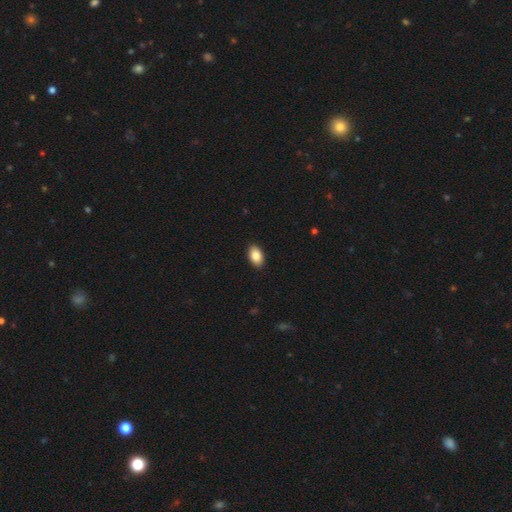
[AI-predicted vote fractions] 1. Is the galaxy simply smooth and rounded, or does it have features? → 87% smooth, 7% star or artifact, 5% featured or disk.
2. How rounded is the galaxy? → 92% in between, 7% round, 1% cigar-shaped.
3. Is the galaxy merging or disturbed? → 90% none, 7% minor disturbance, 2% major disturbance, 1% merger.